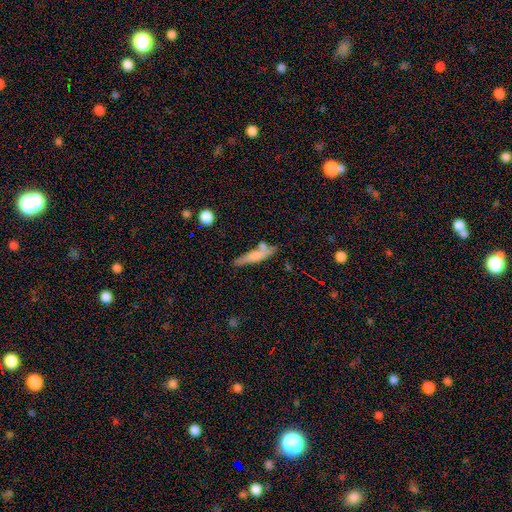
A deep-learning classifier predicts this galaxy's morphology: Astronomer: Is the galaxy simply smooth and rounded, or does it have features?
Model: smooth — 65%.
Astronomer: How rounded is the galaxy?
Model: cigar-shaped — 82%.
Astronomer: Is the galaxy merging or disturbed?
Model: none — 59%.